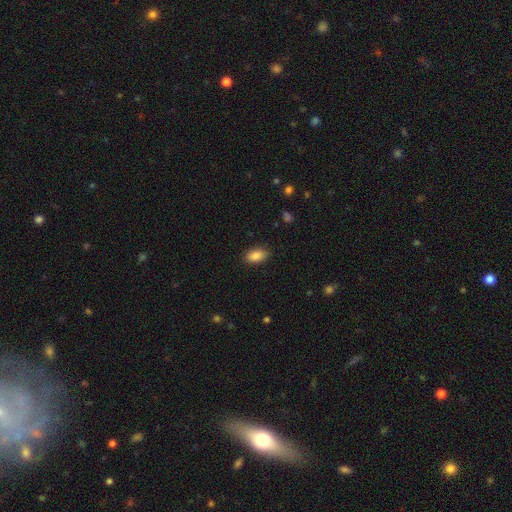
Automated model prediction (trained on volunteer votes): The model was most divided on "merging": none: 86%, minor disturbance: 10%, major disturbance: 2%, merger: 1%. More confident: how rounded — in between (92%); smooth or featured — smooth (87%).